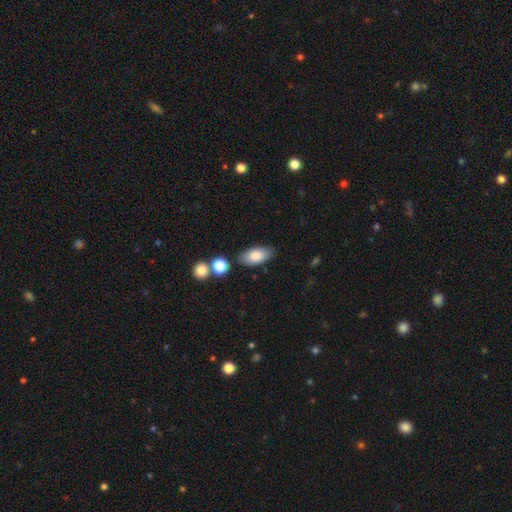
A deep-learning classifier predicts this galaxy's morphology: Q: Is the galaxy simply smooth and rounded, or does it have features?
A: smooth — 80%.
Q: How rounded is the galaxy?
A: in between — 92%.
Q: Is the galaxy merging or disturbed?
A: none — 81%.